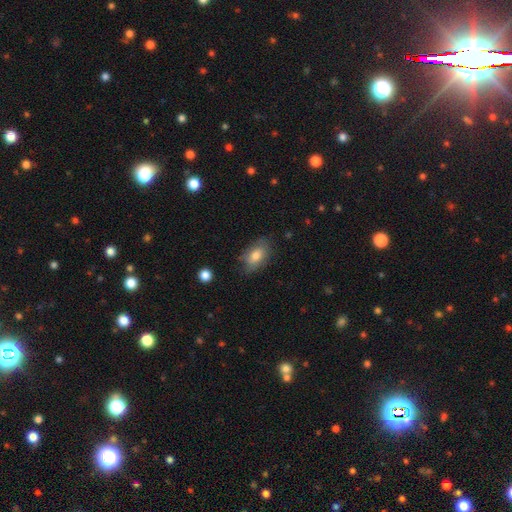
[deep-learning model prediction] Smooth or featured? Predicted: smooth (p=0.74). How rounded? Predicted: in between (p=0.89). Merging? Predicted: none (p=0.70).